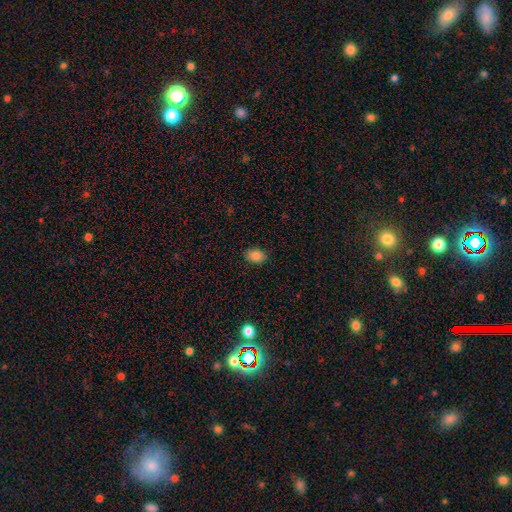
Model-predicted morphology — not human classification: smooth_or_featured: smooth (p=0.85) [alt: star or artifact p=0.09]
how_rounded: in between (p=0.76) [alt: round p=0.23]
merging: none (p=0.88) [alt: minor disturbance p=0.09]